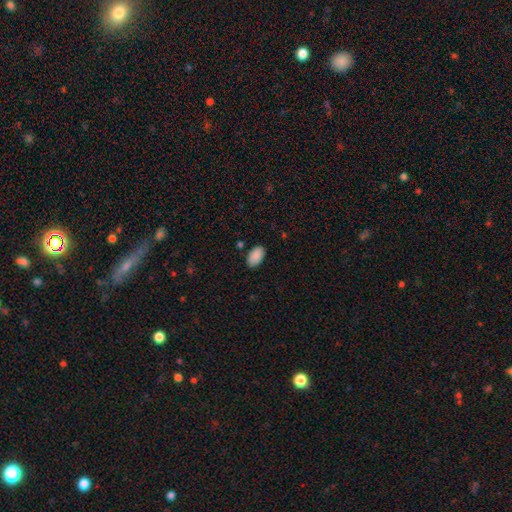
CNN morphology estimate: A smooth galaxy with no disk features (90%) that is in between round and cigar-shaped (94%).

Vote fractions:
- Smooth or featured? smooth: 90% / star or artifact: 7% / featured or disk: 4%
- How rounded? in between: 94% / round: 5% / cigar-shaped: 1%
- Merging? none: 84% / minor disturbance: 11% / major disturbance: 2% / merger: 2%